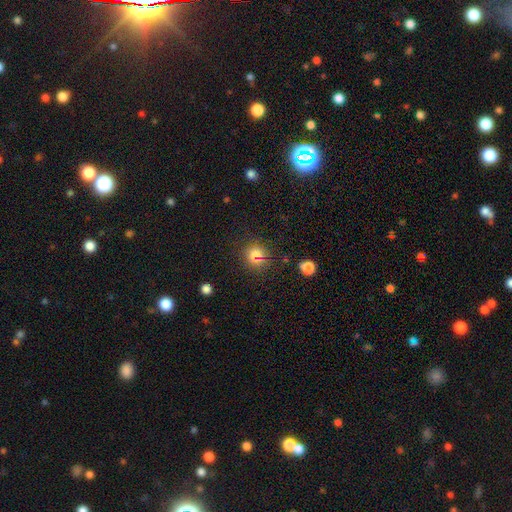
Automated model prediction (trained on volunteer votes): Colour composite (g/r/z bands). It shows a smooth galaxy with no disk features (69%) that is round (87%). Merging: none (82%).